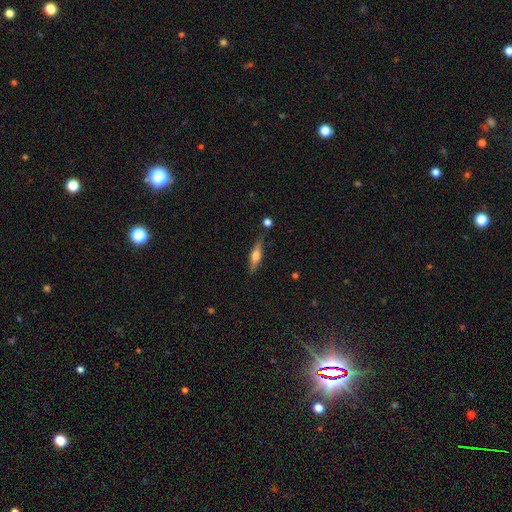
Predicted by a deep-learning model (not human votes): Smooth or featured? featured or disk (55%)
Edge-on disk? yes (94%)
Edge-on bulge? rounded (90%)
Merging? none (80%)